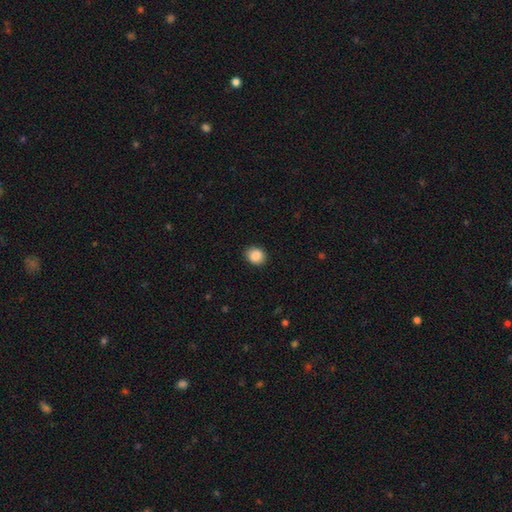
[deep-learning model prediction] The model was most divided on "how rounded": round: 62%, in between: 37%, cigar-shaped: 1%. More confident: merging — none (88%); smooth or featured — smooth (88%).